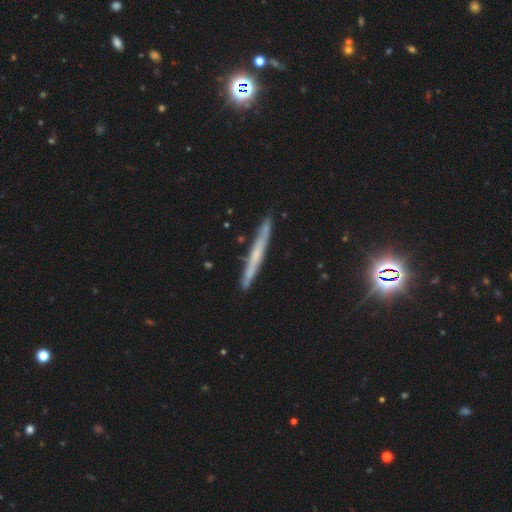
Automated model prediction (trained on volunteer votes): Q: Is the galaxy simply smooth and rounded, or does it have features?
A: featured or disk — 58%.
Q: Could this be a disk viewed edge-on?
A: yes — 94%.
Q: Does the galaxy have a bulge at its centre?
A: none — 72%.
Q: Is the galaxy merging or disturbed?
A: none — 86%.